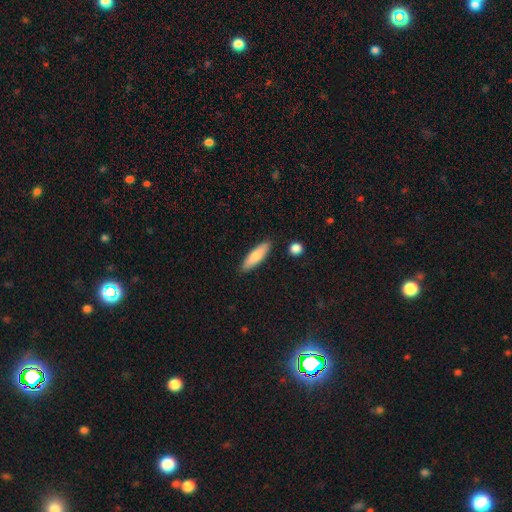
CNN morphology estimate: Q: Smooth or featured?
A: smooth (82%); runner-up: featured or disk (13%)
Q: How rounded?
A: cigar-shaped (61%); runner-up: in between (37%)
Q: Merging?
A: none (86%); runner-up: minor disturbance (9%)